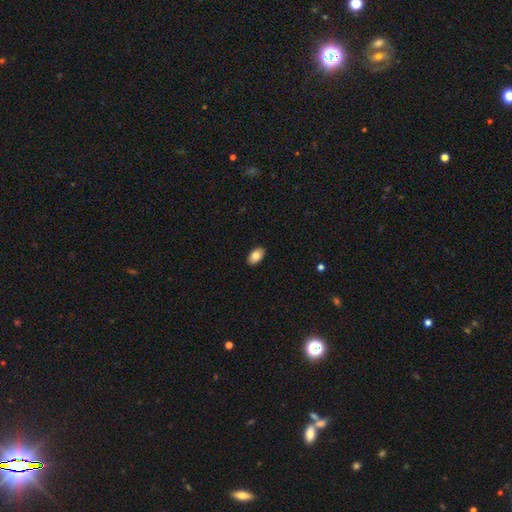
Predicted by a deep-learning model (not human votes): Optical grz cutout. It shows a smooth galaxy with no disk features (82%) that is in between round and cigar-shaped (93%). Merging: none (90%).